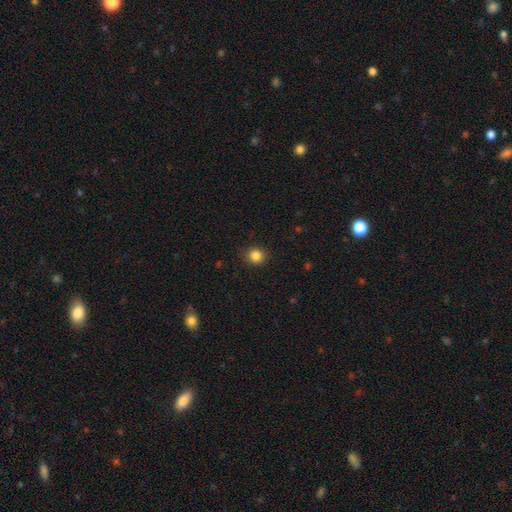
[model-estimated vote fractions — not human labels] This appears to be a smooth galaxy with no disk features (85%) that is round (84%). Merging: none (86%).